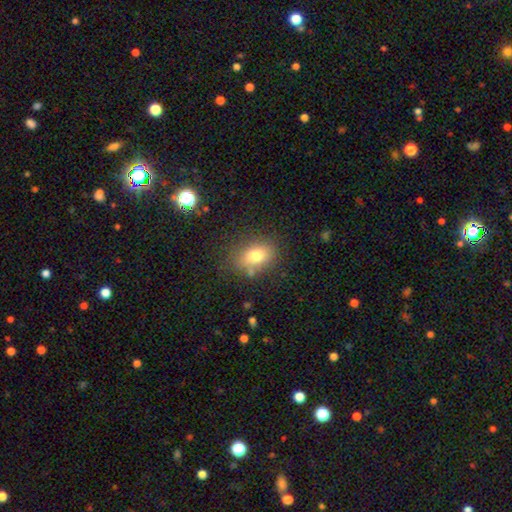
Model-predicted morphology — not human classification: smooth-or-featured: smooth: 75% | featured or disk: 13% | star or artifact: 12%
  how-rounded: in between: 69% | round: 29% | cigar-shaped: 2%
  merging: none: 73% | minor disturbance: 16% | major disturbance: 6% | merger: 5%